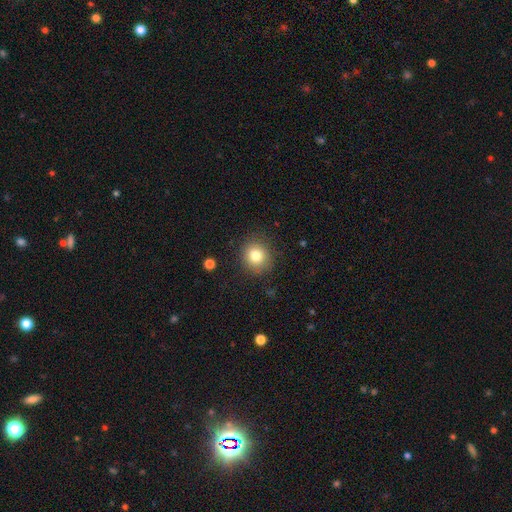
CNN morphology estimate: A smooth galaxy with no disk features (80%) that is round (86%).

Vote fractions:
- Smooth or featured? smooth: 80% / star or artifact: 11% / featured or disk: 9%
- How rounded? round: 86% / in between: 14% / cigar-shaped: 1%
- Merging? none: 87% / minor disturbance: 9% / major disturbance: 3% / merger: 1%